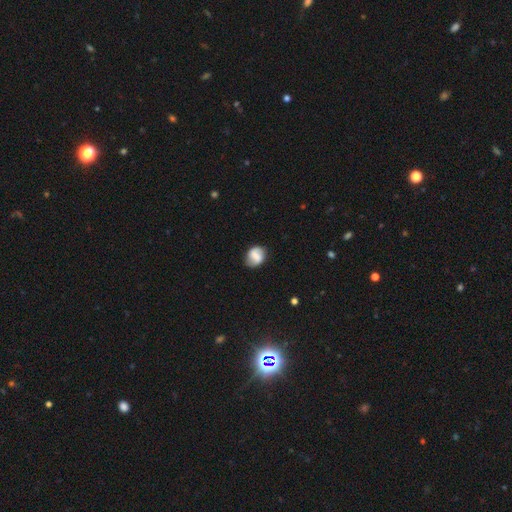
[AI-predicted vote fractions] Smooth or featured: smooth — 51% (featured or disk — 41%)
How rounded: round — 53% (in between — 46%)
Merging: none — 77% (minor disturbance — 17%)